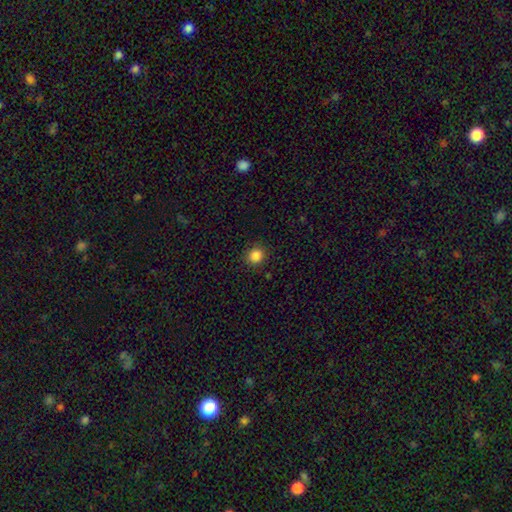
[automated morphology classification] The model was most divided on "smooth or featured": smooth: 86%, star or artifact: 11%, featured or disk: 3%. More confident: merging — none (90%); how rounded — round (88%).